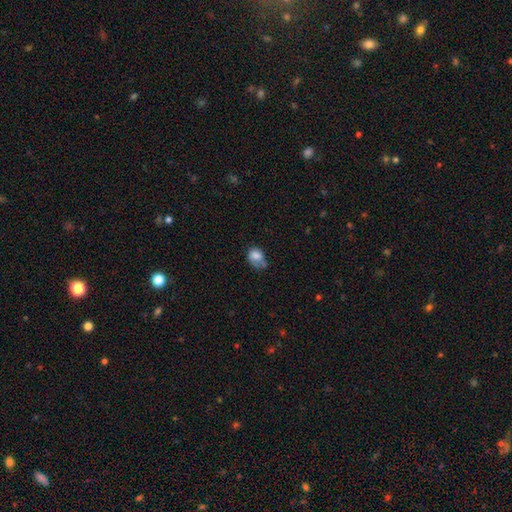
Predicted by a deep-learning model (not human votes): A smooth galaxy with no disk features (74%) that is in between round and cigar-shaped (64%).

Vote fractions:
- Smooth or featured? smooth: 74% / featured or disk: 17% / star or artifact: 9%
- How rounded? in between: 64% / round: 35% / cigar-shaped: 1%
- Merging? minor disturbance: 37% / none: 30% / major disturbance: 23% / merger: 9%